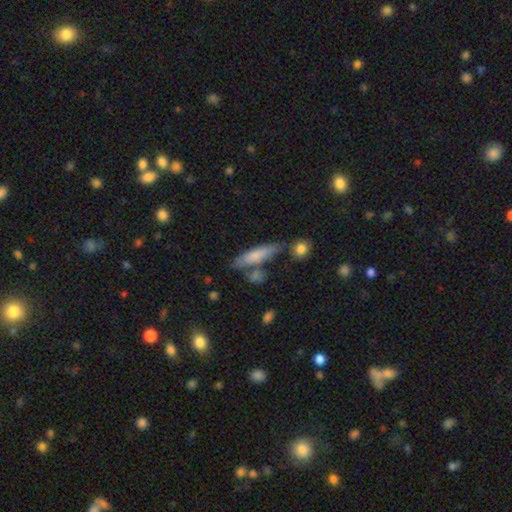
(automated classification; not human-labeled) Overall: smooth (73%). How rounded: cigar-shaped (72%). Merging: none (65%).